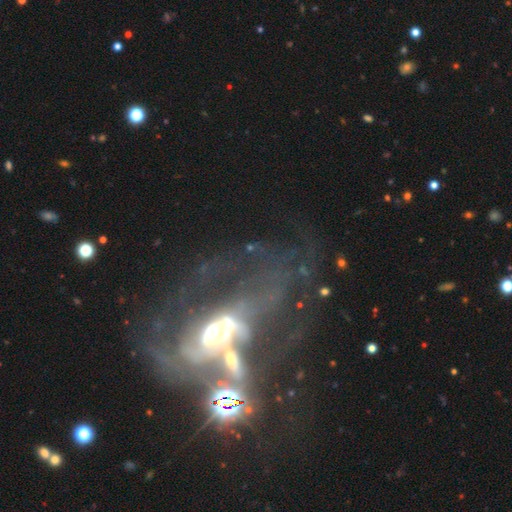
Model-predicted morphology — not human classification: Overall: featured or disk (72%). Edge-on disk: no (93%). Bar: no (50%; weak 27%). Spiral arms: yes (62%; no 38%). Bulge size: moderate (48%; small 24%). Merging: major disturbance (34%, tied with merger).